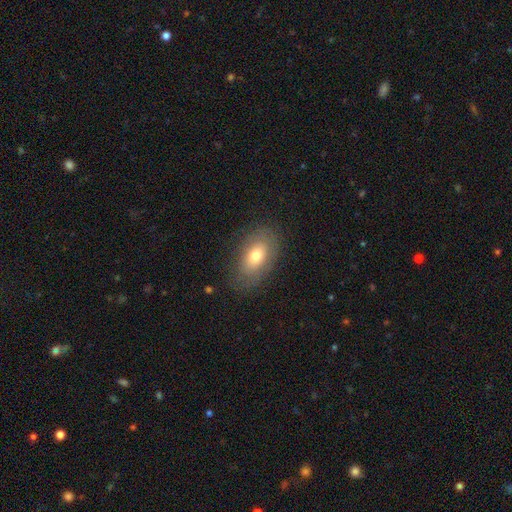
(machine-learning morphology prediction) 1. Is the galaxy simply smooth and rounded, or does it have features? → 67% smooth, 25% featured or disk, 8% star or artifact.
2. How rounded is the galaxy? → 90% in between, 8% round, 2% cigar-shaped.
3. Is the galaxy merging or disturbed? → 78% none, 15% minor disturbance, 6% major disturbance, 1% merger.